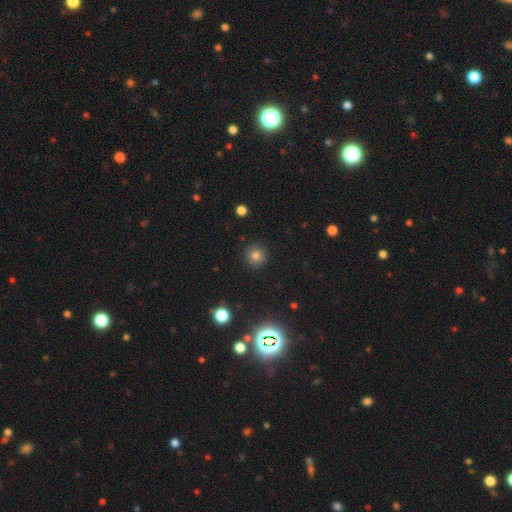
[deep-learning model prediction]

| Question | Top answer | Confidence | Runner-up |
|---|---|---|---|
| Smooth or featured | smooth | 79% | star or artifact (15%) |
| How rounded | round | 93% | in between (6%) |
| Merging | none | 90% | minor disturbance (6%) |